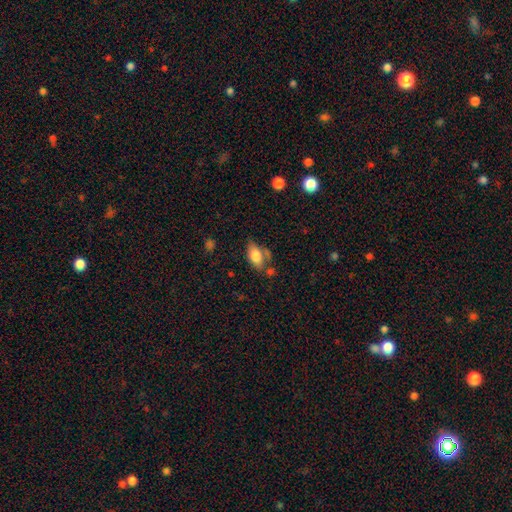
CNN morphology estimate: Smooth or featured: smooth — 78% (featured or disk — 15%)
How rounded: in between — 90% (cigar-shaped — 6%)
Merging: none — 55% (minor disturbance — 23%)